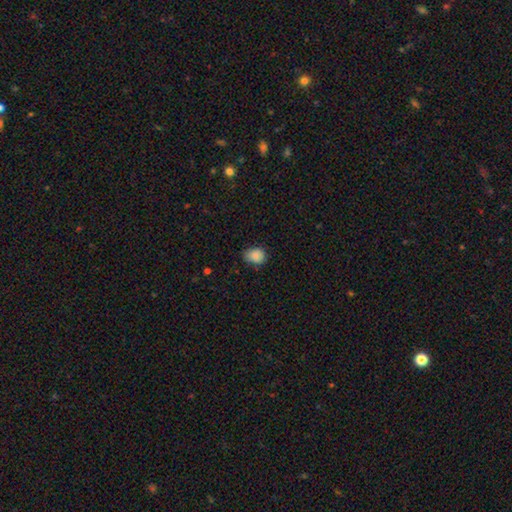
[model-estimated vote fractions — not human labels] Overall: smooth (87%). How rounded: round (50%; in between 49%). Merging: none (69%).